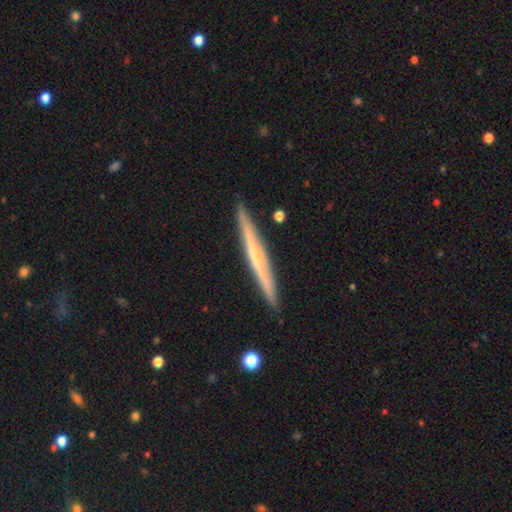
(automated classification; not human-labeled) smooth_or_featured: featured or disk (p=0.64) [alt: smooth p=0.30]
disk_edge_on: yes (p=0.97) [alt: no p=0.03]
edge_on_bulge: rounded (p=0.48) [alt: none p=0.46]
merging: none (p=0.91) [alt: minor disturbance p=0.06]